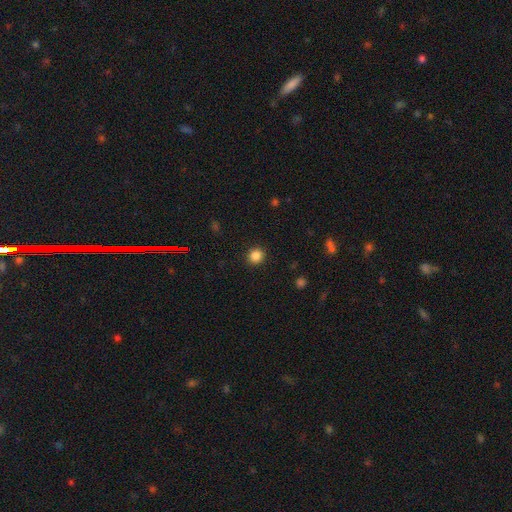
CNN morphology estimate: A smooth galaxy with no disk features (85%) that is round (91%). Merging: none (92%).